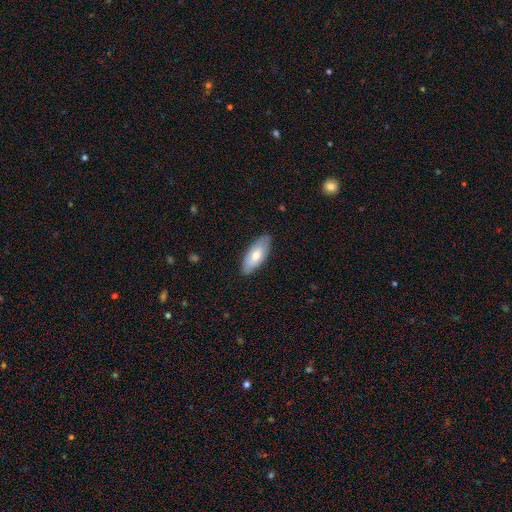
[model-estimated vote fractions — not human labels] Smooth or featured? smooth (70%)
How rounded? in between (82%)
Merging? none (84%)